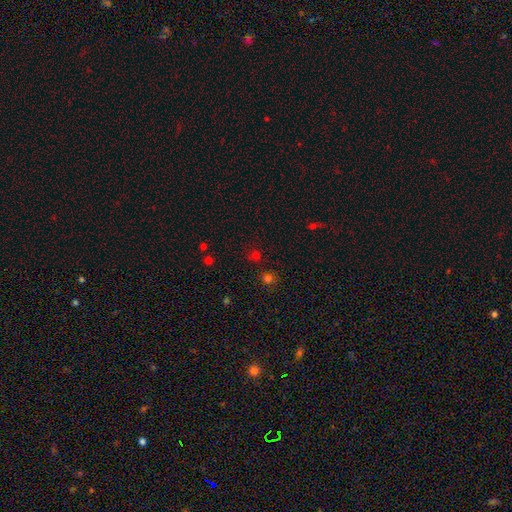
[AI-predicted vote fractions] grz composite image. It shows a smooth galaxy with no disk features (59%) that is round (88%). Merging: none (79%).